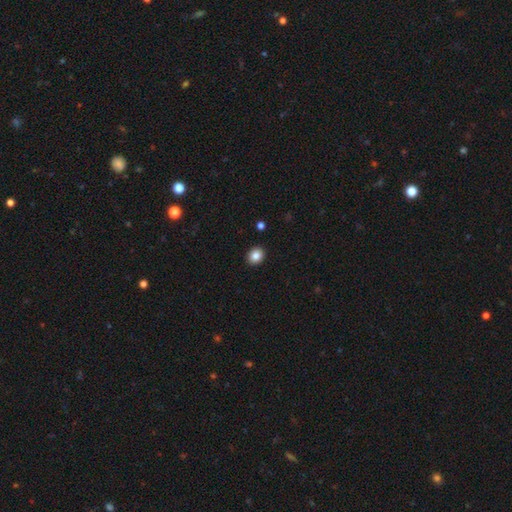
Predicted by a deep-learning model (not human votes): Q: Smooth or featured?
A: smooth (85%); runner-up: star or artifact (9%)
Q: How rounded?
A: round (59%); runner-up: in between (40%)
Q: Merging?
A: none (92%); runner-up: minor disturbance (6%)